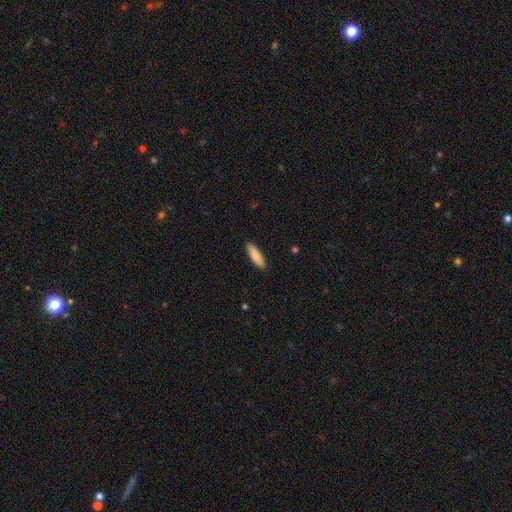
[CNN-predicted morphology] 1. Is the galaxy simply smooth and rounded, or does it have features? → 85% smooth, 10% featured or disk, 5% star or artifact.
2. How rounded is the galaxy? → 58% cigar-shaped, 41% in between, 1% round.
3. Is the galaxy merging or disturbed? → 89% none, 8% minor disturbance, 2% major disturbance, 1% merger.